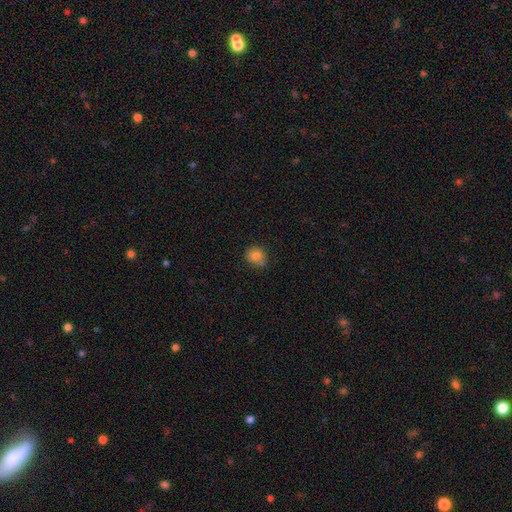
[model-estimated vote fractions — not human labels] A smooth galaxy with no disk features (82%) that is round (75%). Merging: none (72%).